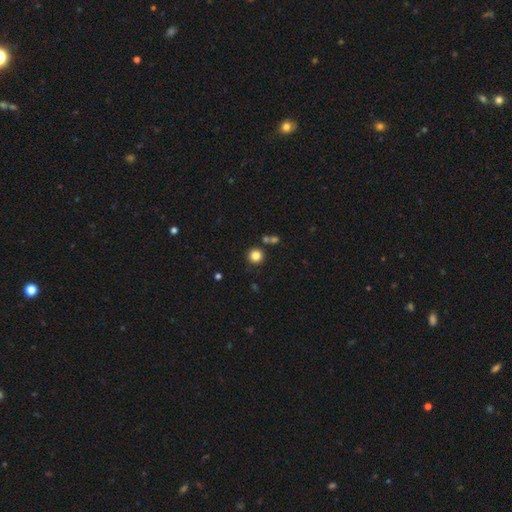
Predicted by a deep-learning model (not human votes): Smooth or featured?
  - smooth: 84% *
  - star or artifact: 12%
  - featured or disk: 4%
How rounded?
  - round: 94% *
  - in between: 5%
  - cigar-shaped: 1%
Merging?
  - none: 83% *
  - merger: 8%
  - minor disturbance: 7%
  - major disturbance: 3%